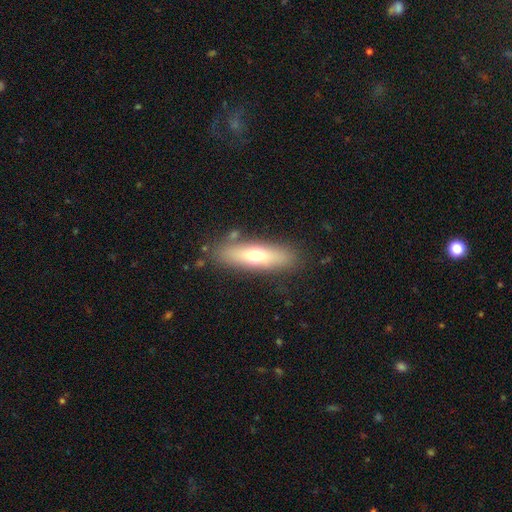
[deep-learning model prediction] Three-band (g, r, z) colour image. It shows a smooth galaxy with no disk features (60%) that is cigar-shaped (56%). Merging: none (83%).